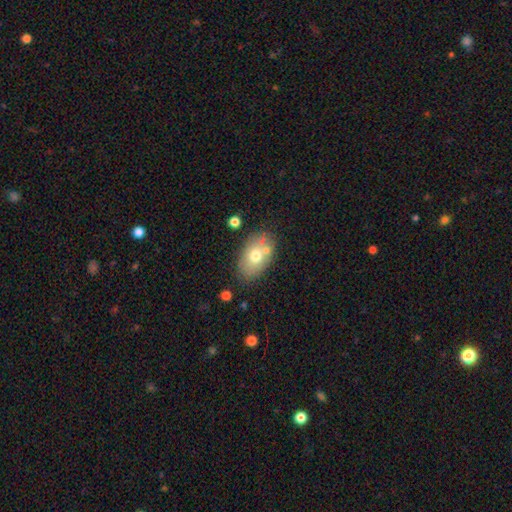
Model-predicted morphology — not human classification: smooth_or_featured: smooth (p=0.66) [alt: featured or disk p=0.25]
how_rounded: in between (p=0.87) [alt: round p=0.12]
merging: none (p=0.68) [alt: minor disturbance p=0.16]